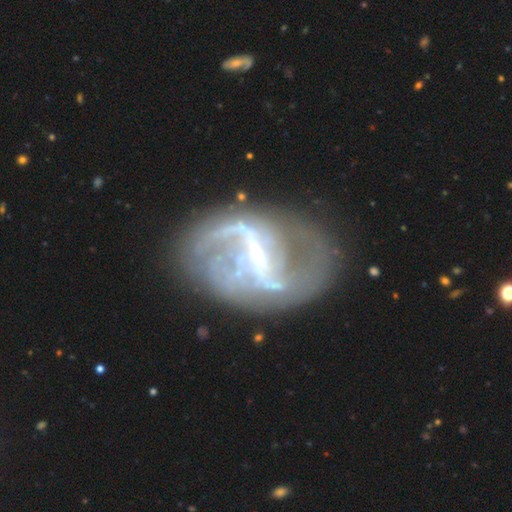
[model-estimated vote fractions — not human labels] smooth_or_featured: featured or disk (p=0.86) [alt: star or artifact p=0.07]
disk_edge_on: no (p=0.97) [alt: yes p=0.03]
bar: strong (p=0.52) [alt: weak p=0.37]
has_spiral_arms: yes (p=0.89) [alt: no p=0.11]
spiral_winding: loose (p=0.57) [alt: medium p=0.31]
spiral_arm_count: 2 (p=0.63) [alt: can't tell p=0.15]
bulge_size: small (p=0.62) [alt: none p=0.18]
merging: none (p=0.58) [alt: major disturbance p=0.20]